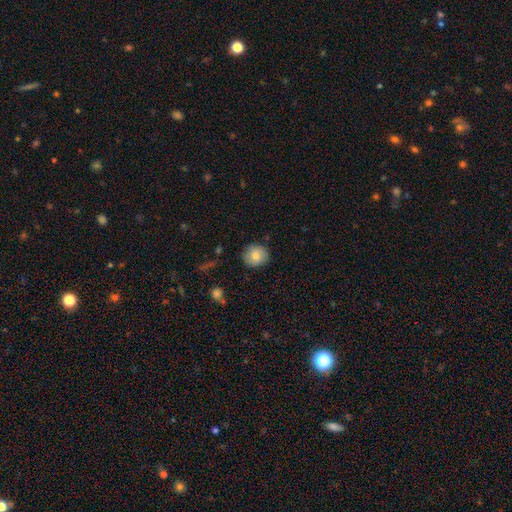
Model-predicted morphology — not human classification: Smooth or featured: smooth — 78% (featured or disk — 14%)
How rounded: round — 86% (in between — 13%)
Merging: none — 85% (minor disturbance — 11%)